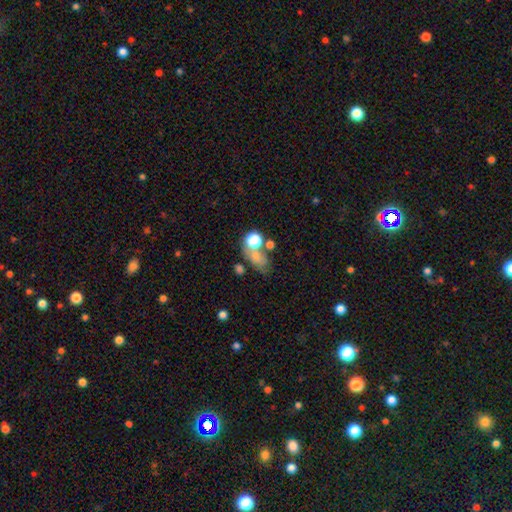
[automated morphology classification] Smooth or featured? Predicted: smooth (p=0.63). How rounded? Predicted: in between (p=0.63). Merging? Predicted: merger (p=0.37).